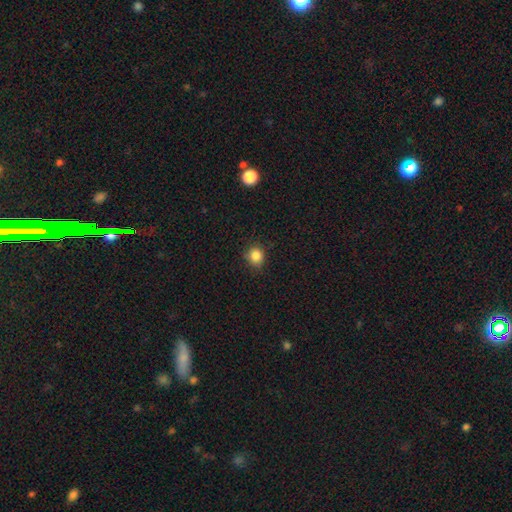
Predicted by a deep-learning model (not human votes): Smooth or featured: smooth — 85% (star or artifact — 11%)
How rounded: round — 81% (in between — 18%)
Merging: none — 82% (minor disturbance — 14%)